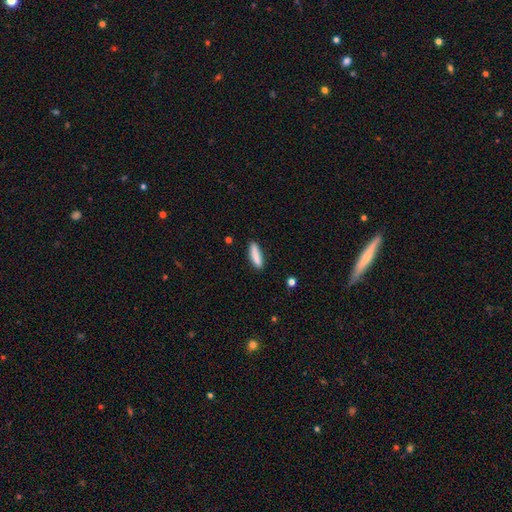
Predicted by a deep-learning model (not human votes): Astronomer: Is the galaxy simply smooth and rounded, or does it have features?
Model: smooth — 86%.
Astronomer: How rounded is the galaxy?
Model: cigar-shaped — 71%.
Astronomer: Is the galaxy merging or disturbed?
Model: none — 85%.